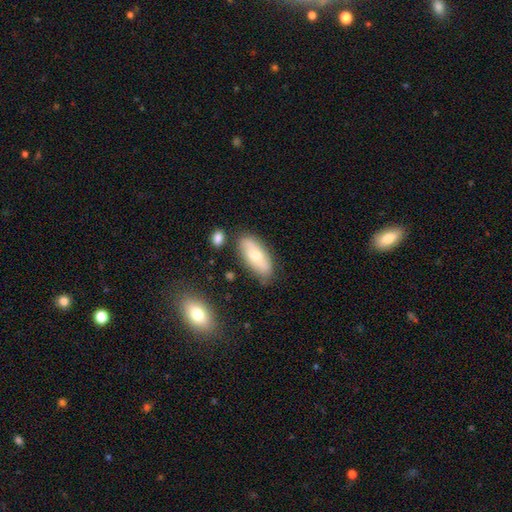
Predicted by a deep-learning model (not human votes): smooth-or-featured: smooth: 64% | featured or disk: 29% | star or artifact: 7%
  how-rounded: in between: 81% | cigar-shaped: 16% | round: 2%
  merging: none: 75% | minor disturbance: 17% | merger: 5% | major disturbance: 4%